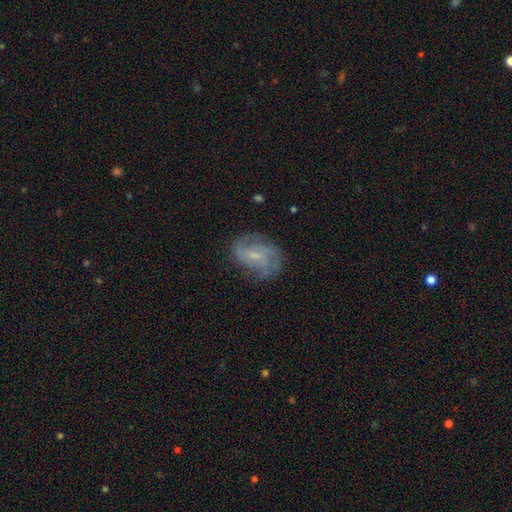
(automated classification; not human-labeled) Overall: featured or disk (74%). Edge-on disk: no (97%). Bar: weak (48%; no 42%). Spiral arms: yes (89%). Spiral arm count: 2 (39%; can't tell 29%). Spiral winding: medium (46%; tight 30%). Bulge size: small (66%). Merging: none (67%).